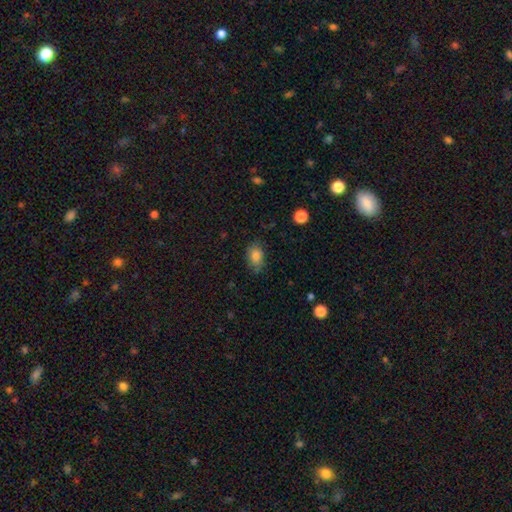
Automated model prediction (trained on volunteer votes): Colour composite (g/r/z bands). It shows a smooth galaxy with no disk features (83%) that is in between round and cigar-shaped (79%). Merging: none (74%).